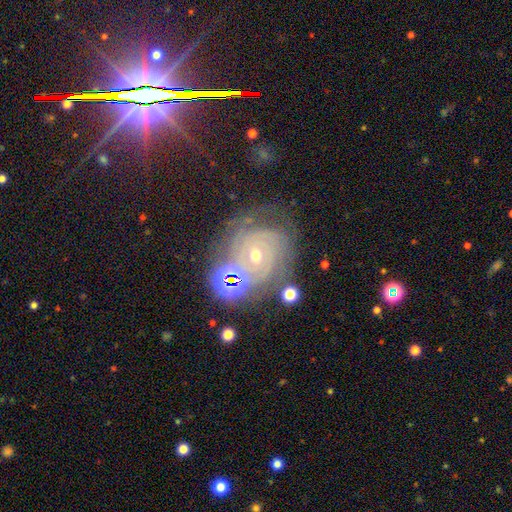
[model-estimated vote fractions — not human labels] smooth-or-featured: featured or disk: 78% | star or artifact: 13% | smooth: 9%
  disk-edge-on: no: 97% | yes: 3%
    bar: no: 76% | weak: 18% | strong: 6%
    has-spiral-arms: yes: 94% | no: 6%
      spiral-winding: tight: 77% | medium: 19% | loose: 4%
      spiral-arm-count: can't tell: 30% | 3: 24% | 2: 20% | 4: 12% | more than 4: 7% | 1: 6%
    bulge-size: small: 52% | moderate: 45% | large: 2% | none: 1% | dominant: 1%
  merging: none: 61% | minor disturbance: 20% | major disturbance: 12% | merger: 7%